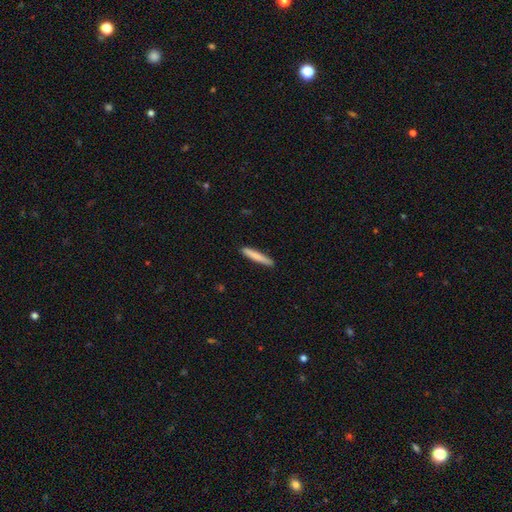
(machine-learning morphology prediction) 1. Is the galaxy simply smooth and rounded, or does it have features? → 80% smooth, 14% featured or disk, 5% star or artifact.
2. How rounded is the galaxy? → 95% cigar-shaped, 4% in between, 1% round.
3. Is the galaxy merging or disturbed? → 90% none, 7% minor disturbance, 1% major disturbance, 1% merger.